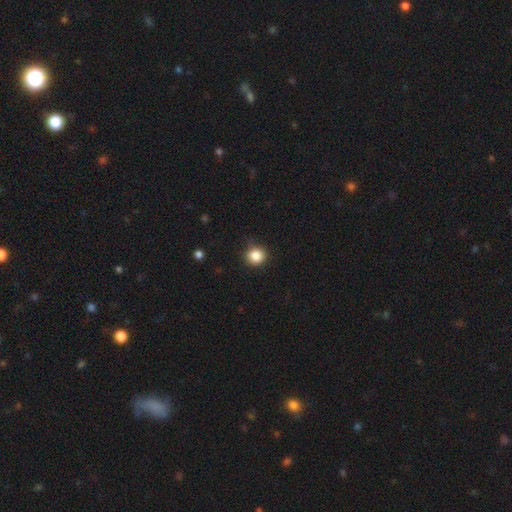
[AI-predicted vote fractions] The model was most divided on "merging": none: 84%, minor disturbance: 12%, major disturbance: 3%, merger: 1%. More confident: how rounded — round (90%); smooth or featured — smooth (85%).